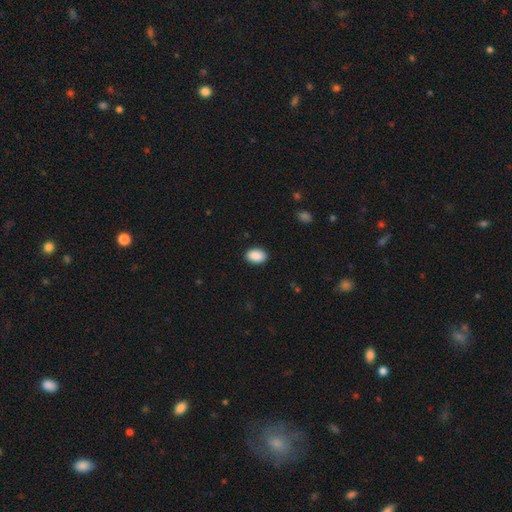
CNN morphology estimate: type=smooth (91%); roundness=in between (87%); merging=none (89%).